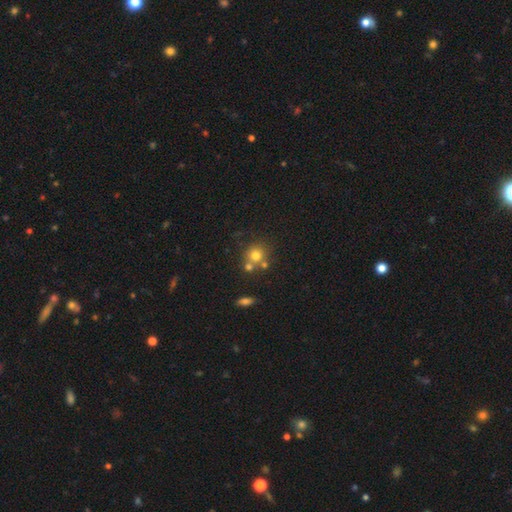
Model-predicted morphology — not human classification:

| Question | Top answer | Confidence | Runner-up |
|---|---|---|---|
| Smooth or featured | smooth | 72% | star or artifact (14%) |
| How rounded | round | 87% | in between (12%) |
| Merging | none | 56% | merger (31%) |